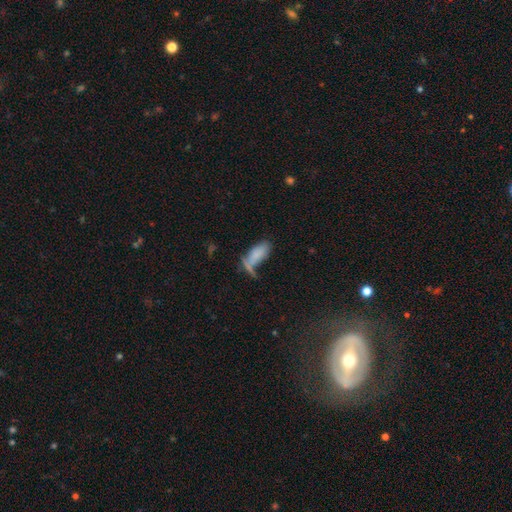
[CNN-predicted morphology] smooth 76%, featured or disk 15%, star or artifact 9%. Down the decision tree: how rounded — in between (82%); merging — none (37%).